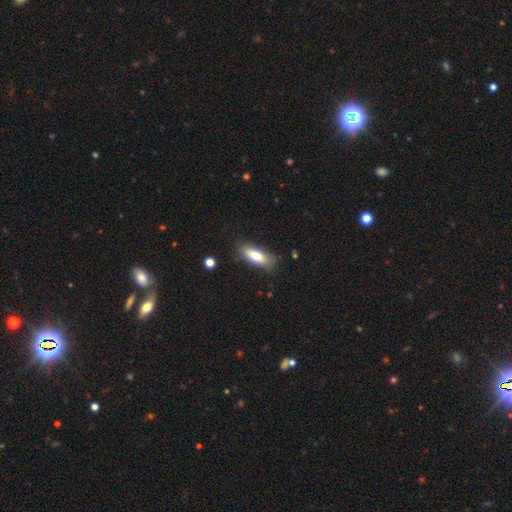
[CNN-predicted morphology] Smooth or featured? Predicted: smooth (p=0.75). How rounded? Predicted: in between (p=0.65). Merging? Predicted: none (p=0.78).